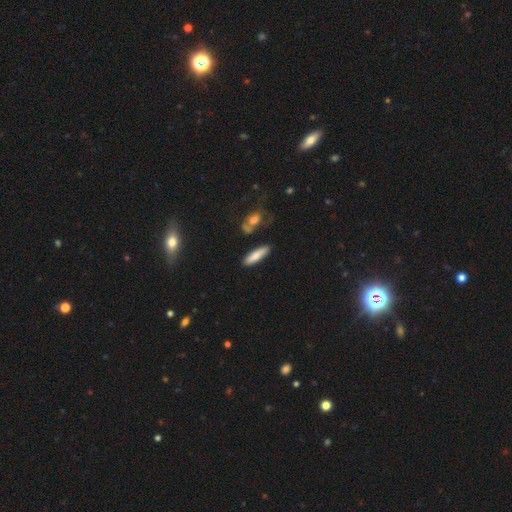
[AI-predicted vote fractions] A smooth galaxy with no disk features (72%) that is cigar-shaped (68%). Merging: none (81%).